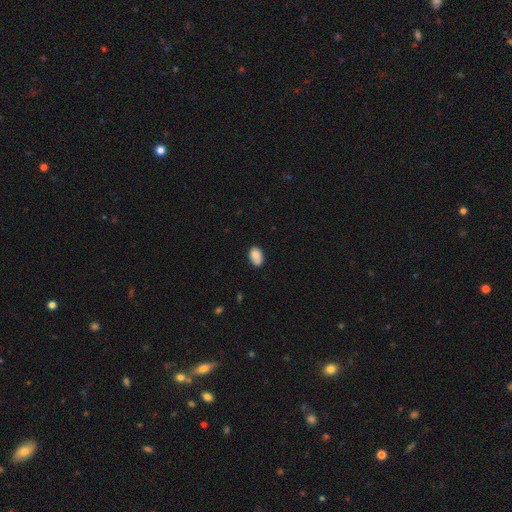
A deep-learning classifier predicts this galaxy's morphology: Smooth or featured? Predicted: smooth (p=0.87). How rounded? Predicted: in between (p=0.89). Merging? Predicted: none (p=0.80).